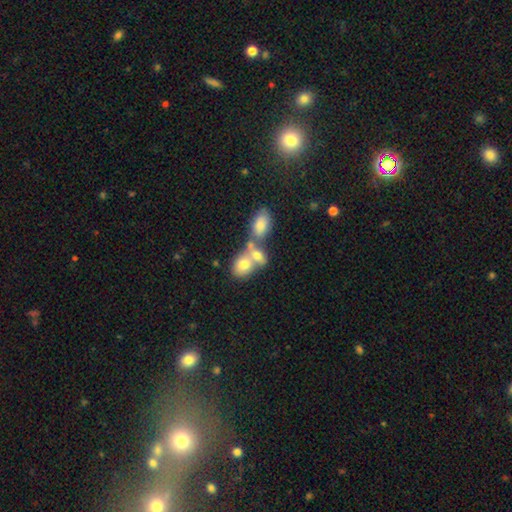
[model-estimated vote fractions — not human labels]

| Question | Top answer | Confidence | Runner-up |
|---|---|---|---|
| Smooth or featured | smooth | 66% | featured or disk (22%) |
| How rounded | in between | 65% | round (32%) |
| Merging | merger | 62% | none (26%) |